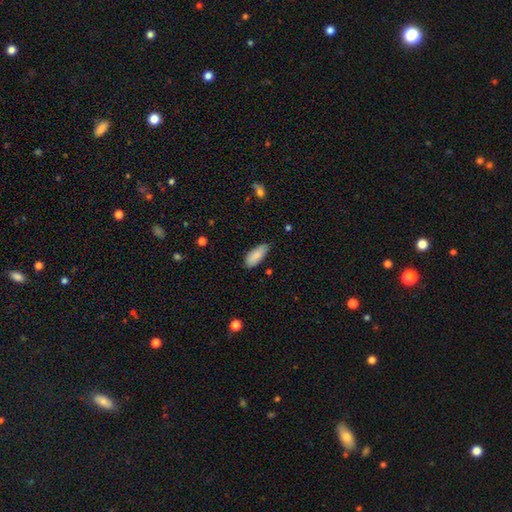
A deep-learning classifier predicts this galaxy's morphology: Smooth or featured? Predicted: smooth (p=0.88). How rounded? Predicted: in between (p=0.82). Merging? Predicted: none (p=0.77).